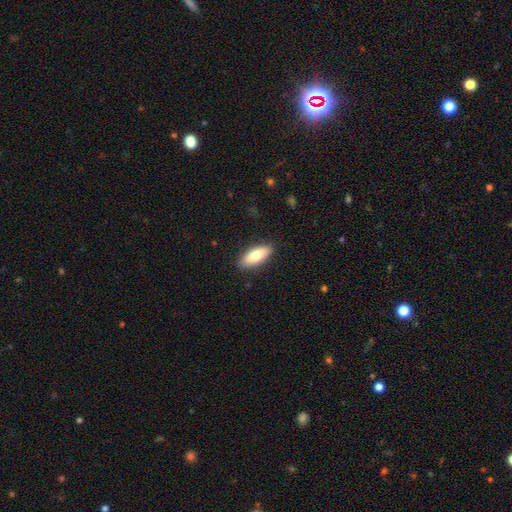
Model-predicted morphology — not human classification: This is likely a smooth galaxy (77%). How rounded: likely in between (70%). Merging: clearly none (87%).